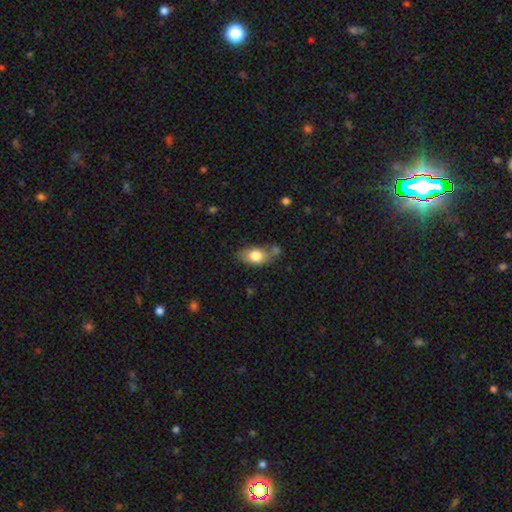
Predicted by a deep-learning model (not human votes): Smooth or featured: smooth — 77% (featured or disk — 16%)
How rounded: in between — 86% (round — 11%)
Merging: none — 59% (minor disturbance — 22%)